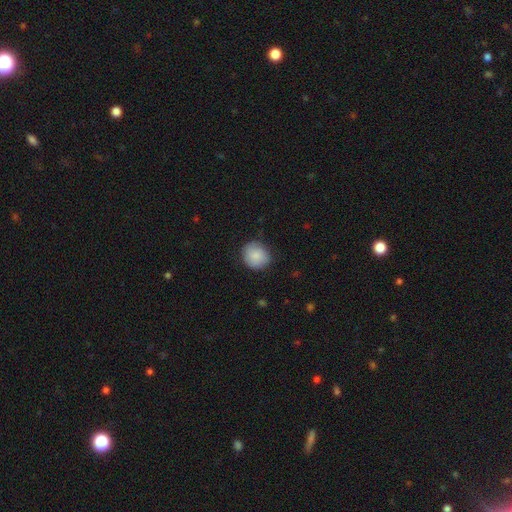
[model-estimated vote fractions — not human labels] smooth_or_featured: smooth (p=0.85) [alt: featured or disk p=0.08]
how_rounded: round (p=0.85) [alt: in between p=0.14]
merging: none (p=0.82) [alt: minor disturbance p=0.14]